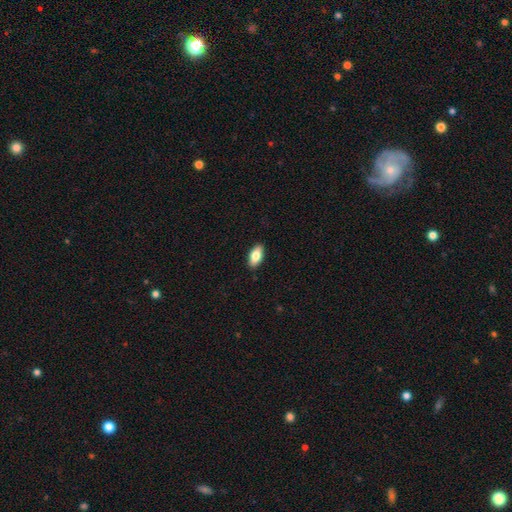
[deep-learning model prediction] This appears to be a smooth galaxy with no disk features (79%) that is in between round and cigar-shaped (90%). Merging: none (90%).